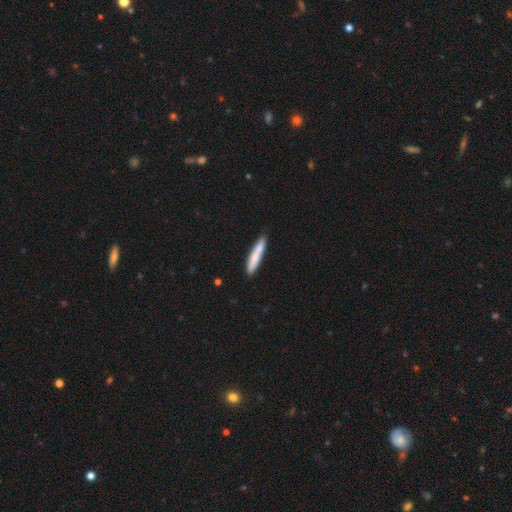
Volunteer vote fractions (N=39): Morphology: type=smooth (92%); roundness=cigar-shaped (97%); merging=none (76%).